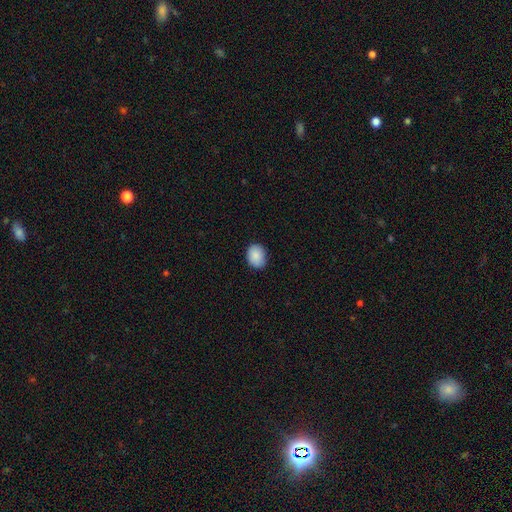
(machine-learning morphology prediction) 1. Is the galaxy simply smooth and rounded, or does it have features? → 88% smooth, 7% star or artifact, 4% featured or disk.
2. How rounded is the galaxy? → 60% in between, 39% round, 1% cigar-shaped.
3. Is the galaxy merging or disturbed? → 83% none, 14% minor disturbance, 2% major disturbance, 1% merger.